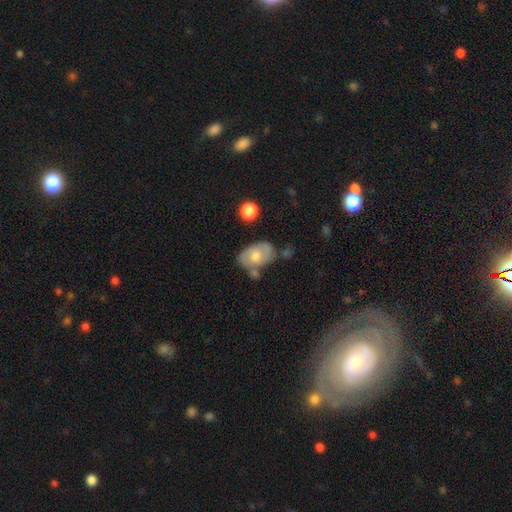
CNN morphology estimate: Smooth or featured: featured or disk — 56% (smooth — 36%)
Edge-on disk: no — 94% (yes — 6%)
Bar: no — 74% (weak — 23%)
Spiral arms: yes — 69% (no — 31%)
Bulge size: moderate — 68% (small — 18%)
Merging: none — 56% (minor disturbance — 23%)